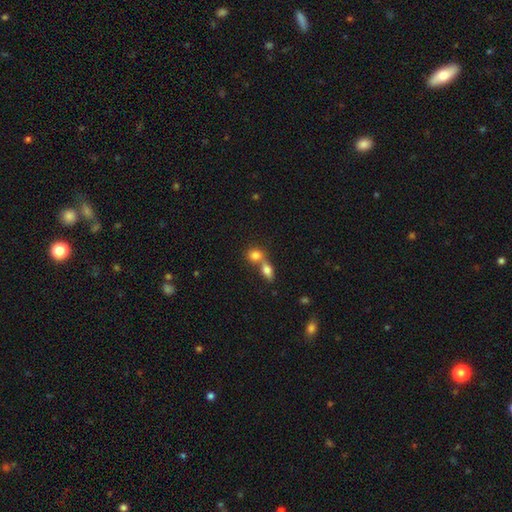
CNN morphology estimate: smooth-or-featured: smooth: 81% | featured or disk: 10% | star or artifact: 9%
  how-rounded: round: 54% | in between: 44% | cigar-shaped: 3%
  merging: merger: 62% | none: 29% | minor disturbance: 6% | major disturbance: 3%